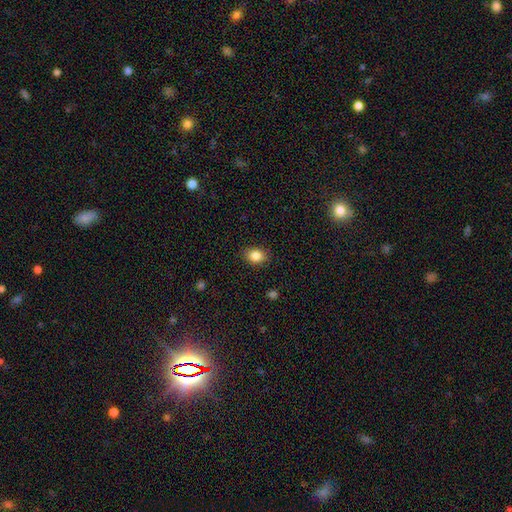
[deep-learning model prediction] This is clearly a smooth galaxy (85%). How rounded: likely in between (61%). Merging: clearly none (87%).